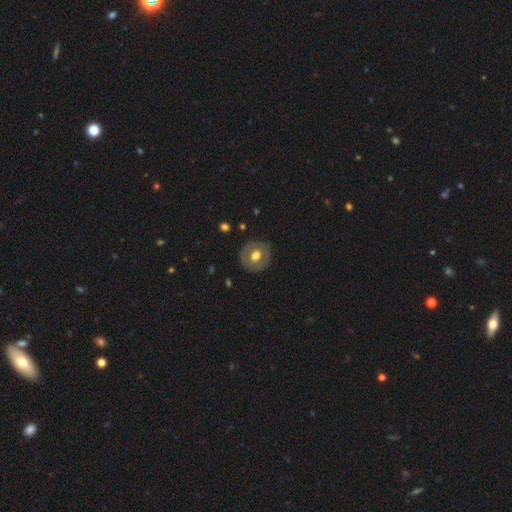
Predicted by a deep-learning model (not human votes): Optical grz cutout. It shows a smooth galaxy with no disk features (49%). Merging: none (85%).